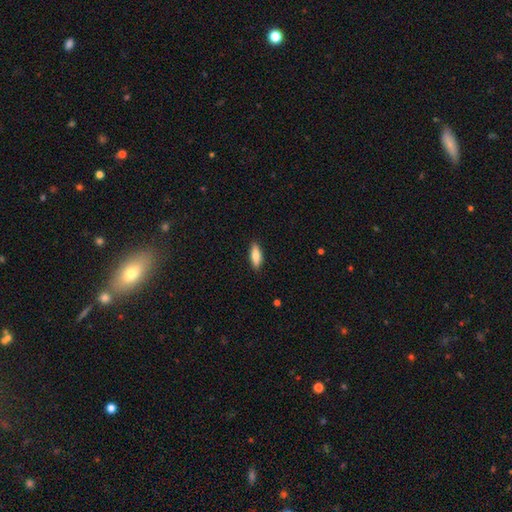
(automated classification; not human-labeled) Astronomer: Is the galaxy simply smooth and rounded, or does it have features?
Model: smooth — 81%.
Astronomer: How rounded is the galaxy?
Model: in between — 59% (runner-up: cigar-shaped, 39%).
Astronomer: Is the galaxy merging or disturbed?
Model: none — 88%.